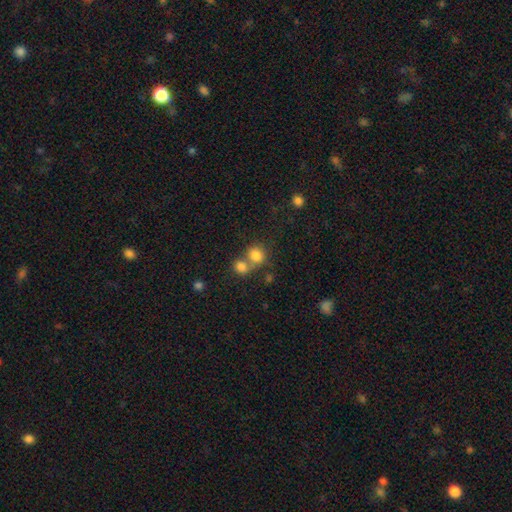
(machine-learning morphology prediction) Smooth or featured: smooth — 80% (star or artifact — 12%)
How rounded: round — 77% (in between — 22%)
Merging: merger — 51% (none — 39%)